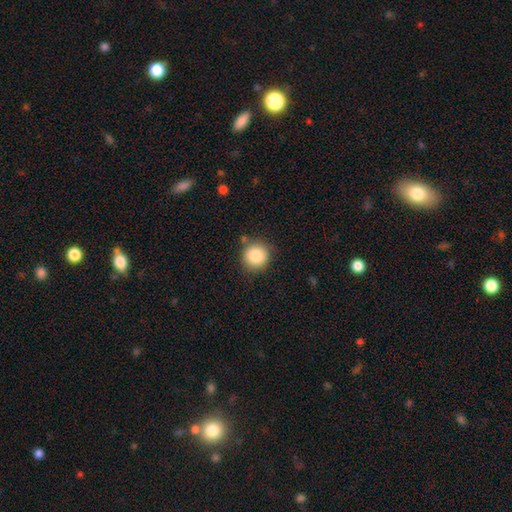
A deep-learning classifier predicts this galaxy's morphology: Smooth or featured? Predicted: smooth (p=0.86). How rounded? Predicted: round (p=0.93). Merging? Predicted: none (p=0.82).